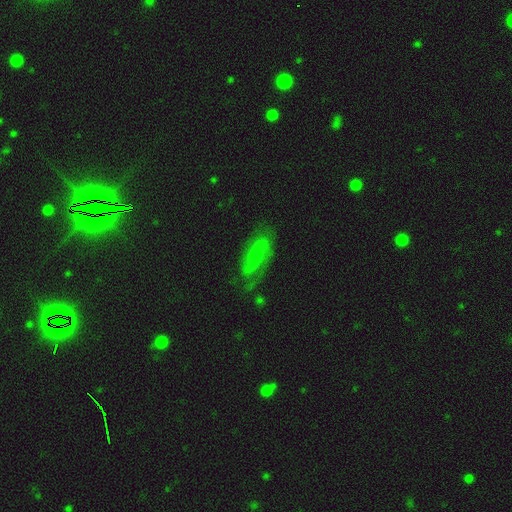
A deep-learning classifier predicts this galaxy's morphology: Smooth or featured? Predicted: featured or disk (p=0.57). Edge-on disk? Predicted: no (p=0.90). Bar? Predicted: no (p=0.44). Spiral arms? Predicted: yes (p=0.86). Bulge size? Predicted: small (p=0.35). Merging? Predicted: none (p=0.65).